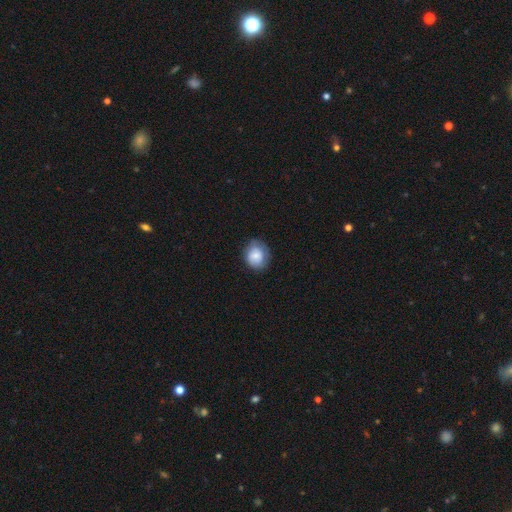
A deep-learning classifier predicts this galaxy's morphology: A smooth galaxy with no disk features (75%) that is round (67%).

Vote fractions:
- Smooth or featured? smooth: 75% / featured or disk: 17% / star or artifact: 8%
- How rounded? round: 67% / in between: 33% / cigar-shaped: 1%
- Merging? none: 66% / minor disturbance: 25% / major disturbance: 8% / merger: 1%